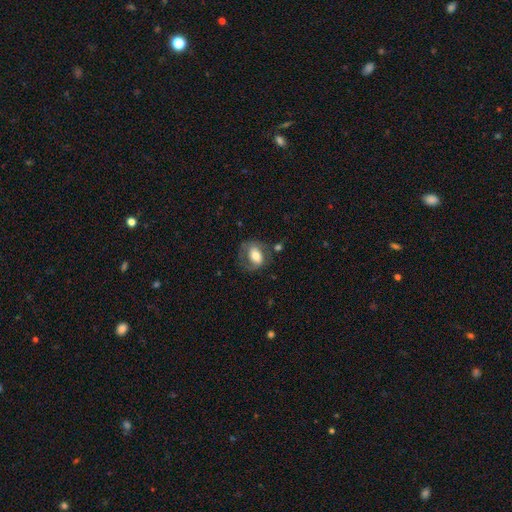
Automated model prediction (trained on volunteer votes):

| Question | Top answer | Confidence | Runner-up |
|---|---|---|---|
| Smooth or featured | smooth | 51% | featured or disk (42%) |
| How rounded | in between | 68% | round (30%) |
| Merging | none | 51% | minor disturbance (24%) |